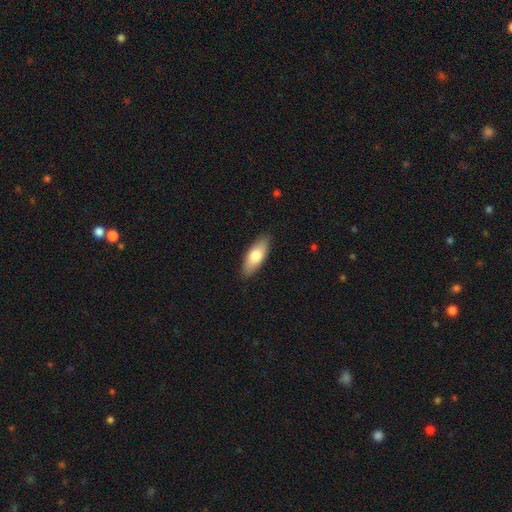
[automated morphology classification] smooth_or_featured: smooth (p=0.76) [alt: featured or disk p=0.19]
how_rounded: in between (p=0.76) [alt: cigar-shaped p=0.21]
merging: none (p=0.88) [alt: minor disturbance p=0.10]